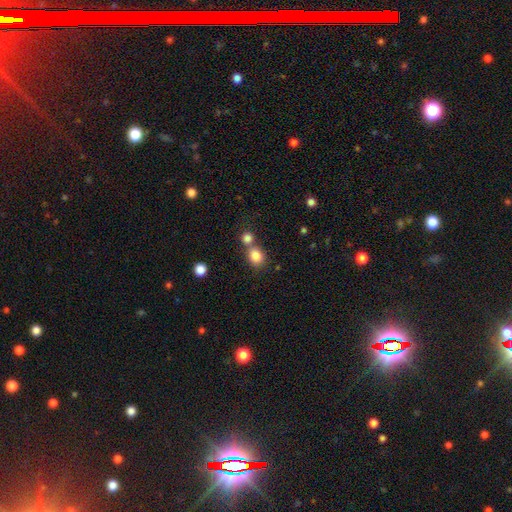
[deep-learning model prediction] Overall: smooth (83%). How rounded: round (64%; in between 35%). Merging: none (51%; merger 37%).